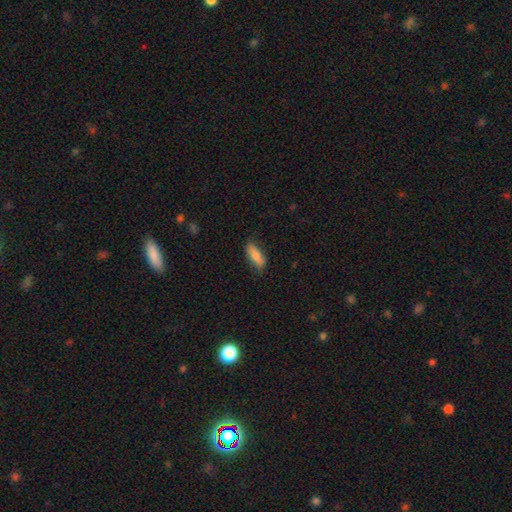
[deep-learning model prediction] Morphology: type=smooth (77%); roundness=in between (67%); merging=none (76%).